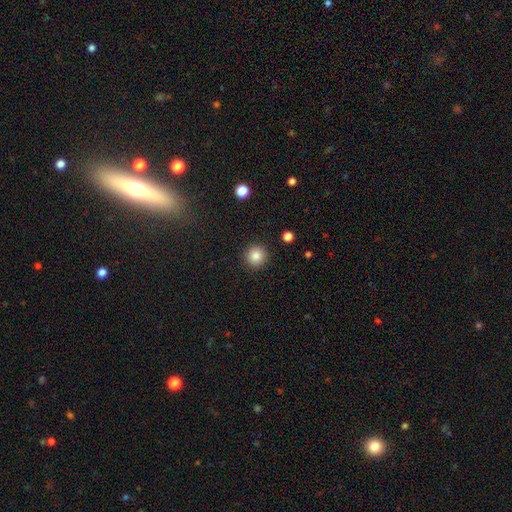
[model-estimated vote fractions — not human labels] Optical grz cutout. It shows a smooth galaxy with no disk features (85%) that is round (94%). Merging: none (91%).